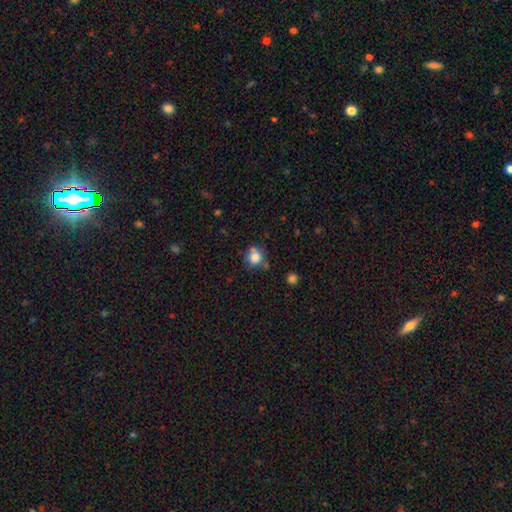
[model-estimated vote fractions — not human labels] This is likely a smooth galaxy (80%). How rounded: clearly round (84%). Merging: likely none (62%).